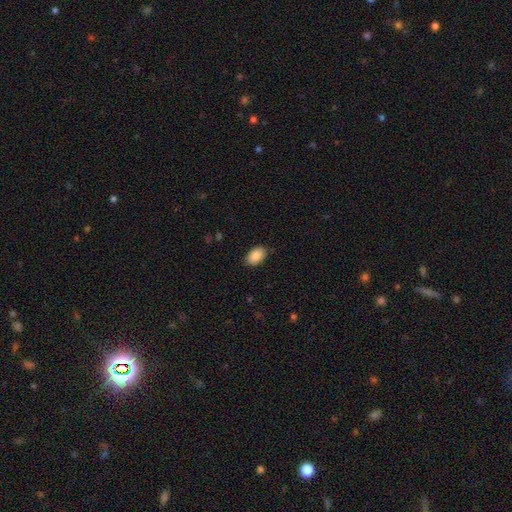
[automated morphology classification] Smooth or featured? Predicted: smooth (p=0.89). How rounded? Predicted: in between (p=0.91). Merging? Predicted: none (p=0.88).